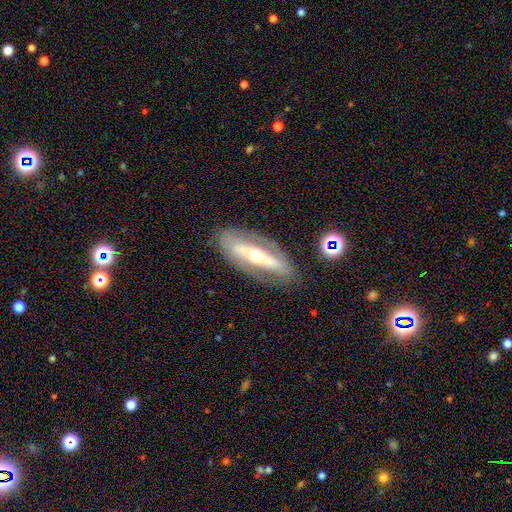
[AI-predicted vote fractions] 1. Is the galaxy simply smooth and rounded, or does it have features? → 74% featured or disk, 19% smooth, 6% star or artifact.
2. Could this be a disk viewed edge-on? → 72% no, 28% yes.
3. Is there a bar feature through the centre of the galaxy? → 58% strong, 25% no, 17% weak.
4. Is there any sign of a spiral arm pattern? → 52% no, 48% yes.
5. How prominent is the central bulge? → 61% moderate, 30% small, 7% large, 1% dominant, 1% none.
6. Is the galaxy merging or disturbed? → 79% none, 13% minor disturbance, 6% major disturbance, 2% merger.